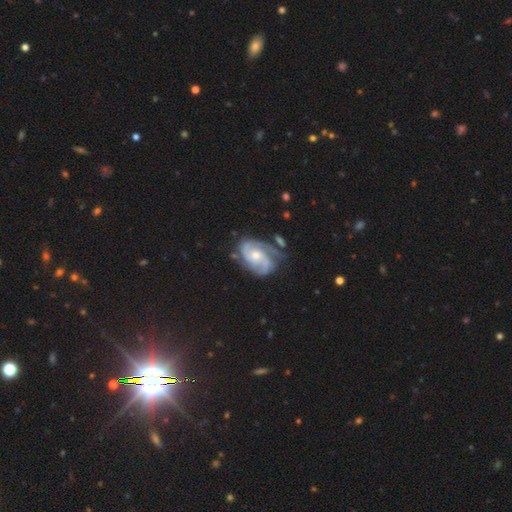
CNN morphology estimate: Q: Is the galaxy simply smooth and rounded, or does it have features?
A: featured or disk — 88%.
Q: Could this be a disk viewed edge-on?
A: no — 98%.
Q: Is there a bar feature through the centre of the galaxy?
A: no — 69%.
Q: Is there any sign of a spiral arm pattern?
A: yes — 97%.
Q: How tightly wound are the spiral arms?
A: tight — 47%.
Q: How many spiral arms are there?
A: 3 — 37%.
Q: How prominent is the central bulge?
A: moderate — 49%.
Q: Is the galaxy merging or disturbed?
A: none — 61%.